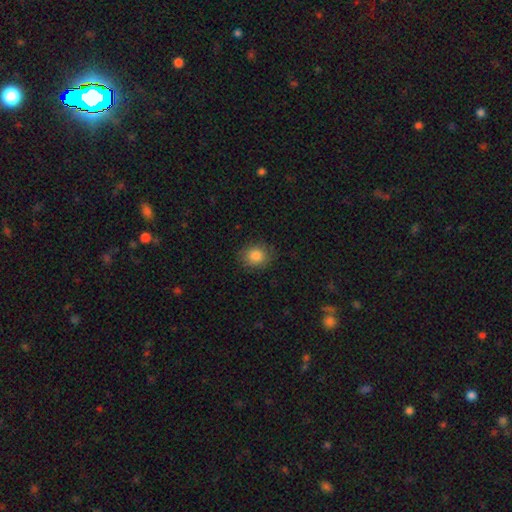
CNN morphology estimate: This appears to be a smooth galaxy with no disk features (85%) that is round (68%). Merging: none (84%).